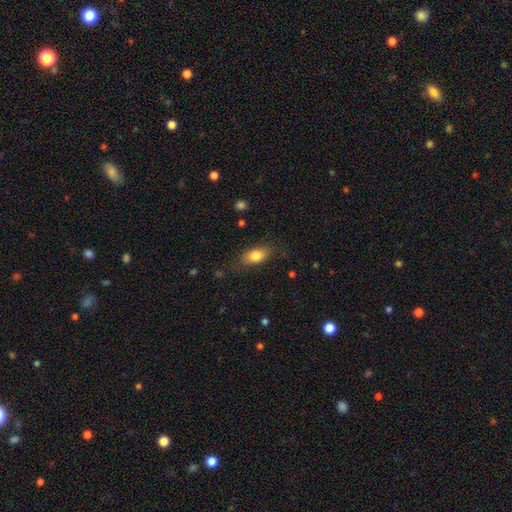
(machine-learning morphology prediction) Q: Smooth or featured?
A: smooth (81%); runner-up: featured or disk (12%)
Q: How rounded?
A: in between (84%); runner-up: round (8%)
Q: Merging?
A: none (80%); runner-up: minor disturbance (15%)